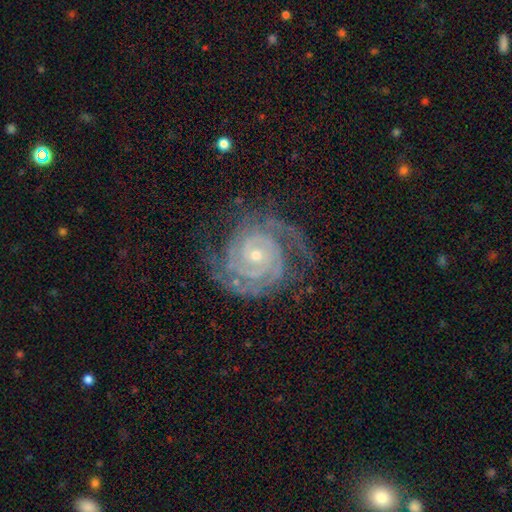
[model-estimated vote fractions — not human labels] The model was most divided on "spiral arm count": 2: 53%, 3: 19%, can't tell: 11%, 4: 8%, more than 4: 5%, 1: 5%. More confident: spiral arms — yes (98%); edge-on disk — no (98%); smooth or featured — featured or disk (92%); spiral winding — tight (79%); merging — none (73%); bar — no (69%); bulge size — small (66%).